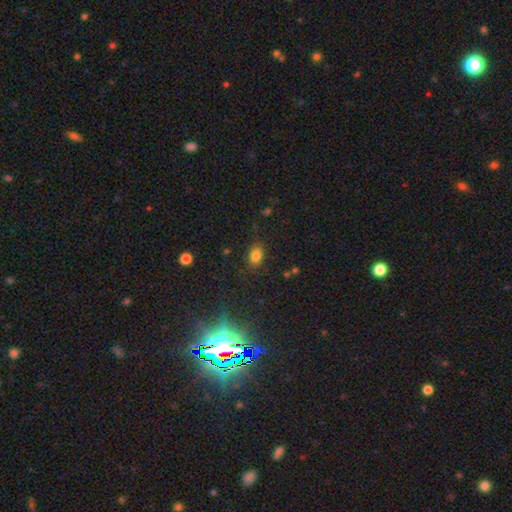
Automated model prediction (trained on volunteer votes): Morphology: type=smooth (80%); roundness=in between (67%); merging=none (81%).